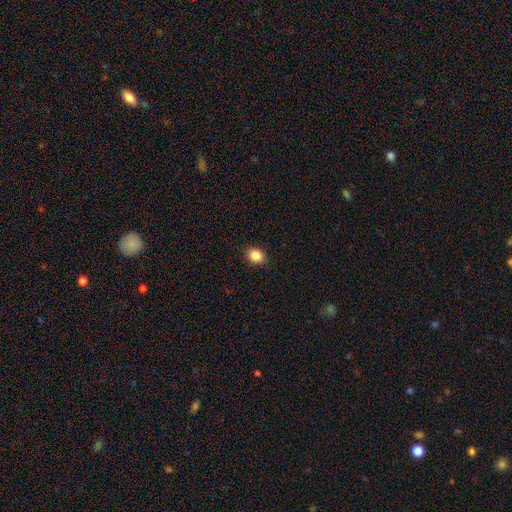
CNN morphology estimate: A smooth galaxy with no disk features (87%) that is in between round and cigar-shaped (57%). Merging: none (90%).